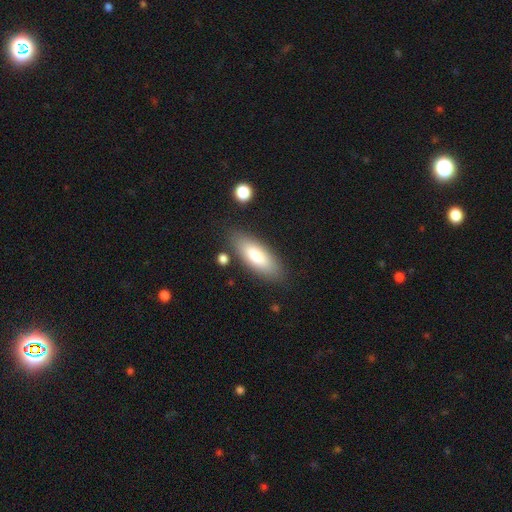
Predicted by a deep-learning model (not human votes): Morphology: type=smooth (80%); roundness=in between (71%); merging=none (82%).